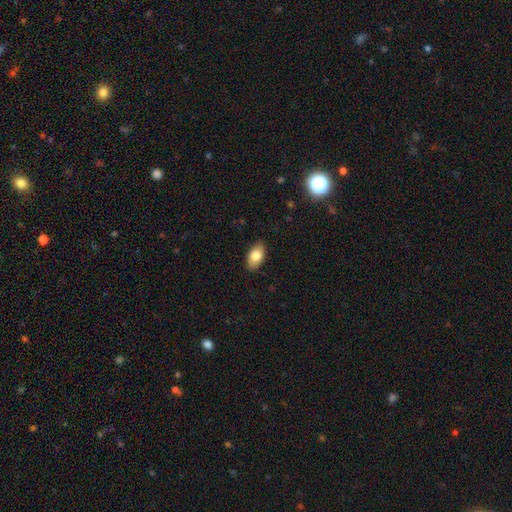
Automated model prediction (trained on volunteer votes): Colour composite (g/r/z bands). It shows a smooth galaxy with no disk features (83%) that is in between round and cigar-shaped (93%). Merging: none (87%).